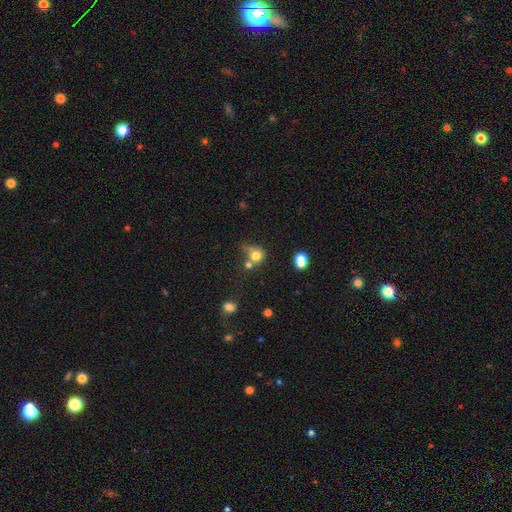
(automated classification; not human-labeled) A smooth galaxy with no disk features (74%) that is round (79%). Merging: none (39%).